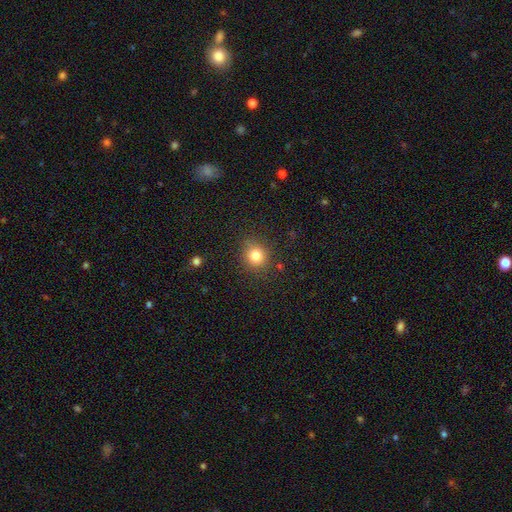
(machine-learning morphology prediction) Smooth or featured? Predicted: smooth (p=0.82). How rounded? Predicted: round (p=0.85). Merging? Predicted: none (p=0.86).